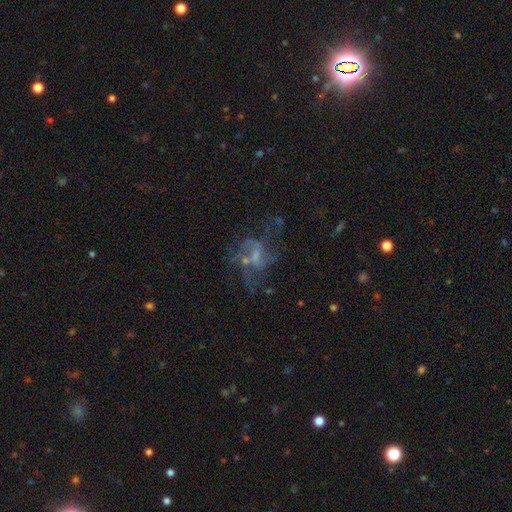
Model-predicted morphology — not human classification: smooth-or-featured: featured or disk: 66% | star or artifact: 21% | smooth: 13%
  disk-edge-on: no: 97% | yes: 3%
    bar: no: 53% | weak: 38% | strong: 9%
    has-spiral-arms: yes: 67% | no: 33%
    bulge-size: small: 47% | none: 31% | moderate: 19% | large: 2% | dominant: 1%
  merging: none: 48% | major disturbance: 30% | minor disturbance: 15% | merger: 7%